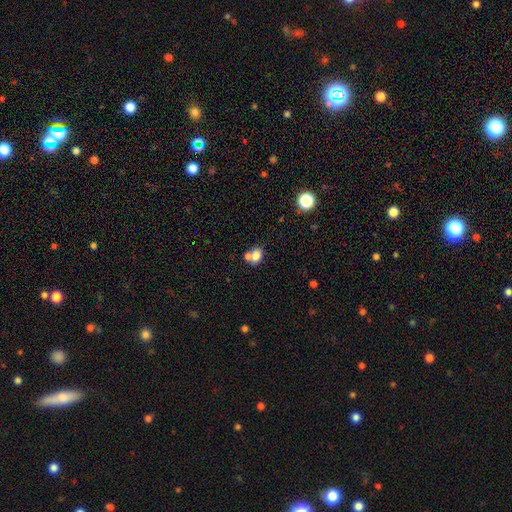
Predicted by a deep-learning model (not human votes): smooth-or-featured: smooth: 77% | featured or disk: 12% | star or artifact: 11%
  how-rounded: in between: 57% | round: 41% | cigar-shaped: 1%
  merging: merger: 45% | none: 41% | minor disturbance: 10% | major disturbance: 4%